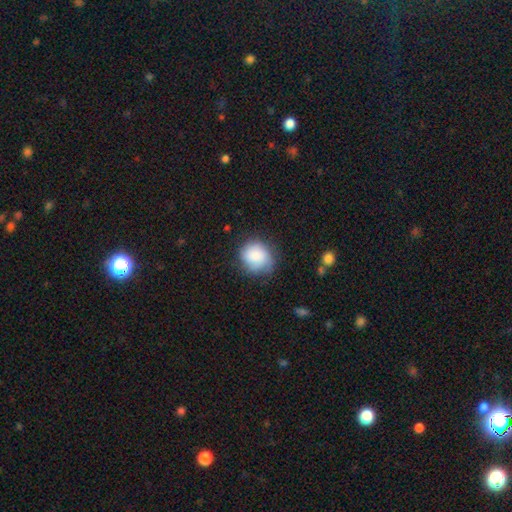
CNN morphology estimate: A smooth galaxy with no disk features (84%) that is round (79%). Merging: none (70%).